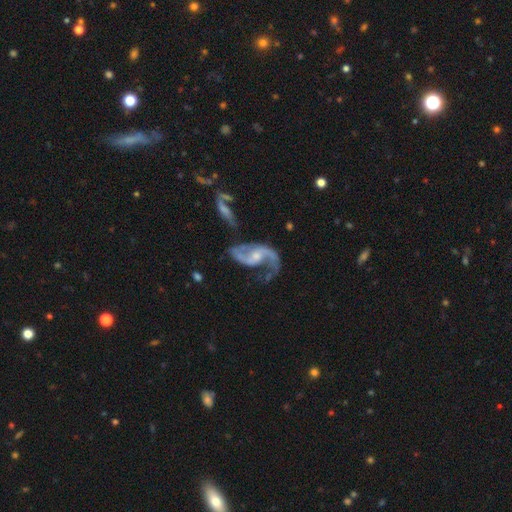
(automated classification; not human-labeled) smooth_or_featured: featured or disk (p=0.90) [alt: smooth p=0.05]
disk_edge_on: no (p=0.97) [alt: yes p=0.03]
bar: no (p=0.48) [alt: weak p=0.40]
has_spiral_arms: yes (p=0.96) [alt: no p=0.04]
spiral_winding: loose (p=0.64) [alt: medium p=0.30]
spiral_arm_count: 2 (p=0.89) [alt: 1 p=0.06]
bulge_size: small (p=0.50) [alt: moderate p=0.39]
merging: none (p=0.49) [alt: major disturbance p=0.21]